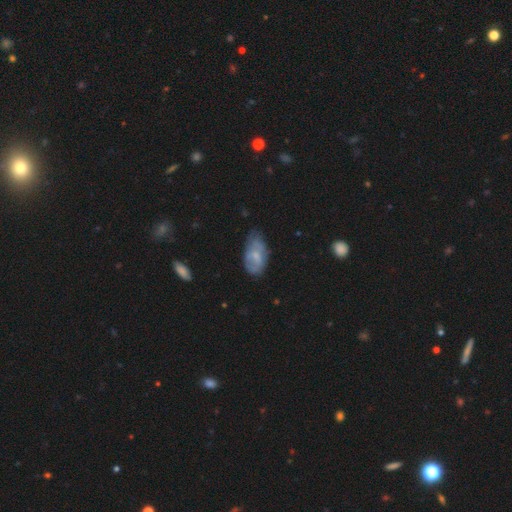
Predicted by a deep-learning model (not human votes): smooth 54%, featured or disk 39%, star or artifact 7%. Down the decision tree: how rounded — in between (93%); merging — none (46%).